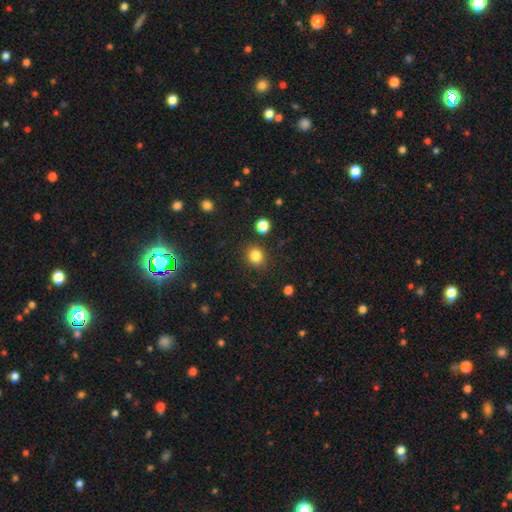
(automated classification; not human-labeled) Smooth or featured? Predicted: smooth (p=0.83). How rounded? Predicted: round (p=0.68). Merging? Predicted: none (p=0.85).